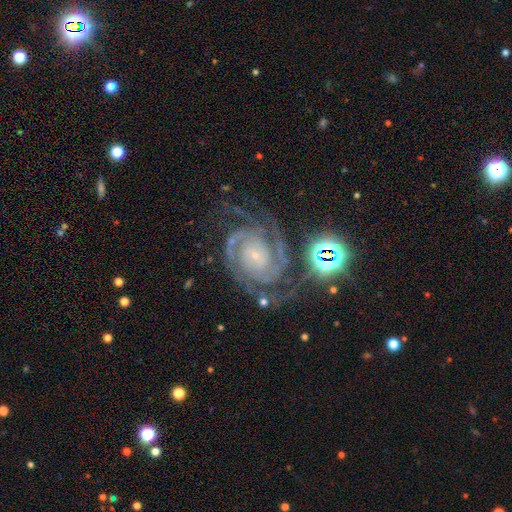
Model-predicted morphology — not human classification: smooth_or_featured: featured or disk (p=0.91) [alt: star or artifact p=0.06]
disk_edge_on: no (p=0.98) [alt: yes p=0.02]
bar: no (p=0.67) [alt: weak p=0.23]
has_spiral_arms: yes (p=0.99) [alt: no p=0.01]
spiral_winding: tight (p=0.66) [alt: medium p=0.30]
spiral_arm_count: 2 (p=0.48) [alt: 3 p=0.22]
bulge_size: small (p=0.83) [alt: moderate p=0.12]
merging: none (p=0.64) [alt: minor disturbance p=0.19]